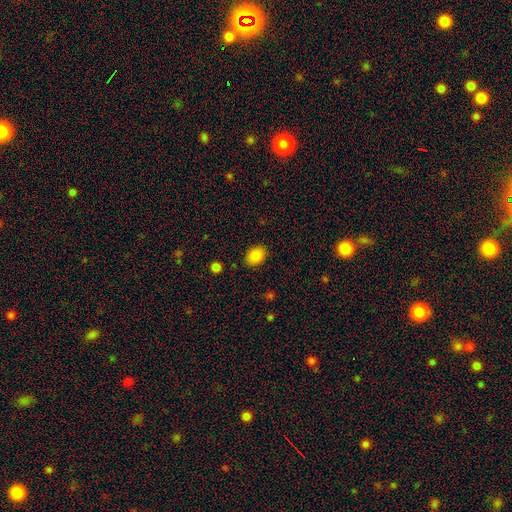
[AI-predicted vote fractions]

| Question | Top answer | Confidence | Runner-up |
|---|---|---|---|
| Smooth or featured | smooth | 85% | star or artifact (9%) |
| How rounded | in between | 66% | round (33%) |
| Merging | none | 87% | minor disturbance (10%) |